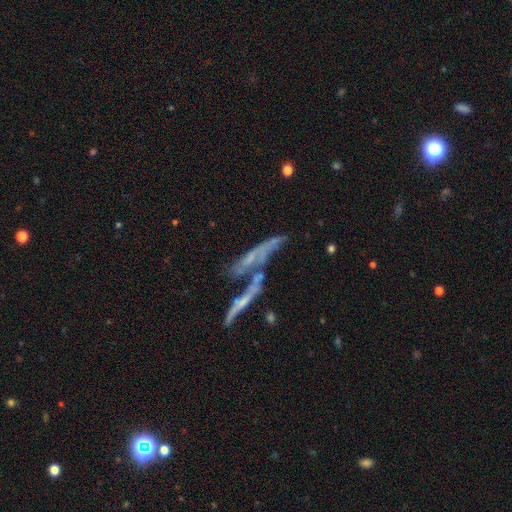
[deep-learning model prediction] Smooth or featured? featured or disk (59%)
Edge-on disk? yes (52%)
Merging? merger (50%)